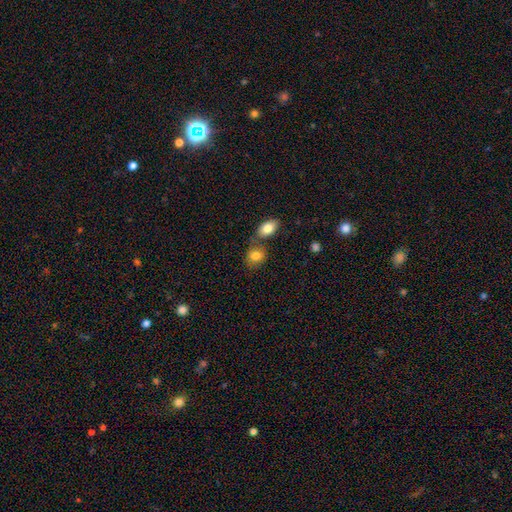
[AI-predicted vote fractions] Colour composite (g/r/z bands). It shows a smooth galaxy with no disk features (82%) that is in between round and cigar-shaped (54%). Merging: none (56%).